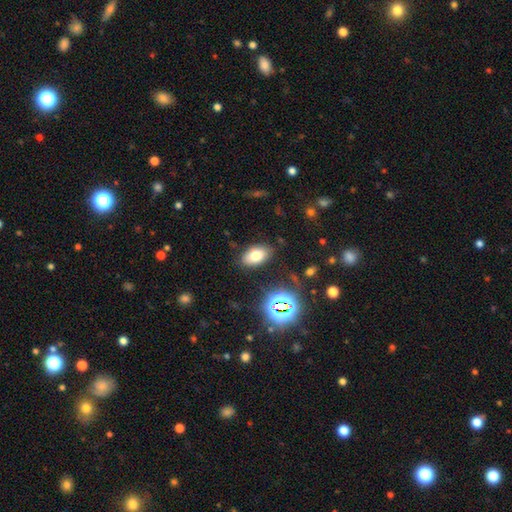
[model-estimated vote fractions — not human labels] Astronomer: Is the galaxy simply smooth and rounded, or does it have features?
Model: smooth — 73%.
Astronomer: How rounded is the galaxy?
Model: in between — 91%.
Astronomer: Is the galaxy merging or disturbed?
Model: none — 84%.